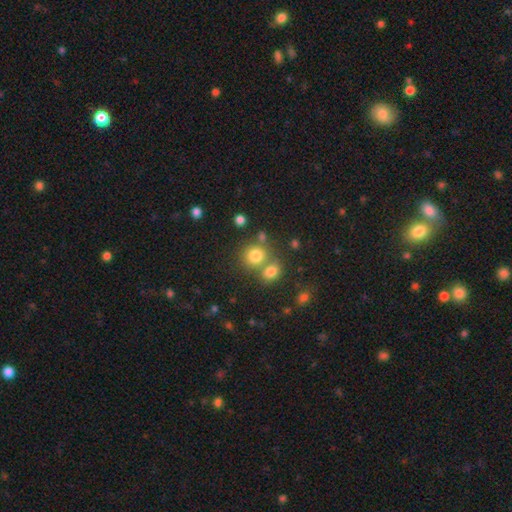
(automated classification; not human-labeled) The model was most divided on "merging": none: 53%, merger: 34%, minor disturbance: 9%, major disturbance: 4%. More confident: how rounded — round (81%); smooth or featured — smooth (79%).